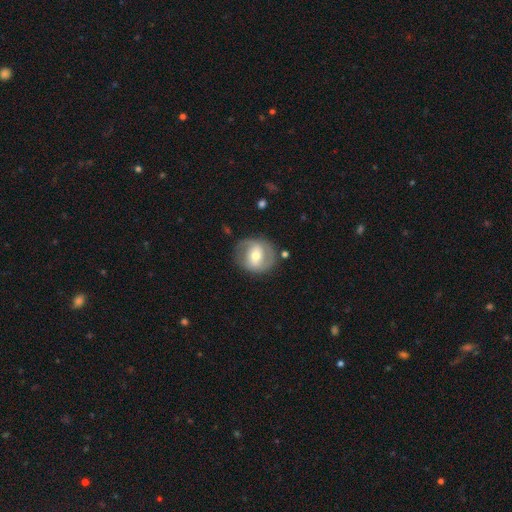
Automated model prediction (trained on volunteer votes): Smooth or featured? featured or disk (60%)
Edge-on disk? no (96%)
Bar? weak (41%)
Spiral arms? yes (69%)
Bulge size? moderate (65%)
Merging? none (77%)